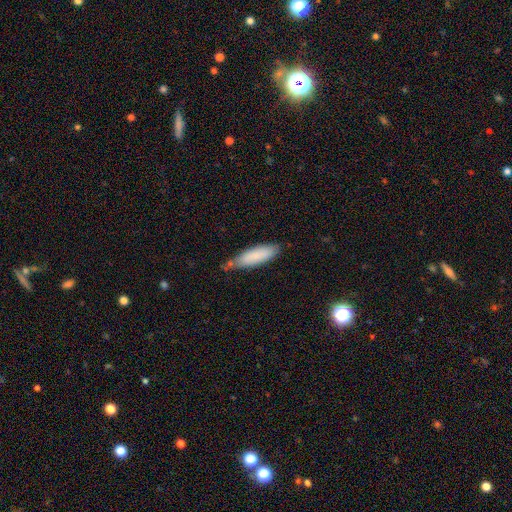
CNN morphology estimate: Q: Smooth or featured?
A: smooth (84%); runner-up: featured or disk (10%)
Q: How rounded?
A: cigar-shaped (57%); runner-up: in between (42%)
Q: Merging?
A: none (63%); runner-up: minor disturbance (27%)